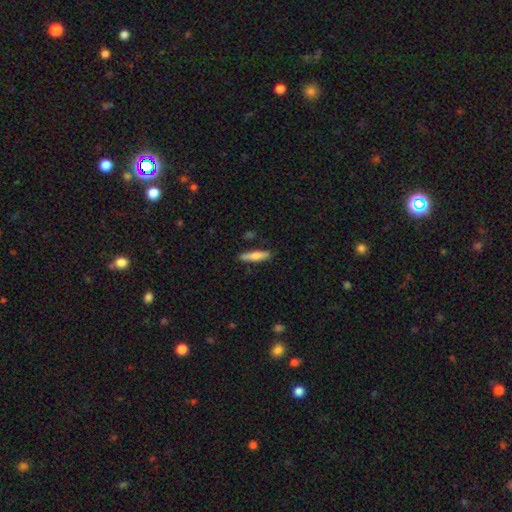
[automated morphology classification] Smooth or featured? Predicted: smooth (p=0.70). How rounded? Predicted: cigar-shaped (p=0.81). Merging? Predicted: none (p=0.86).